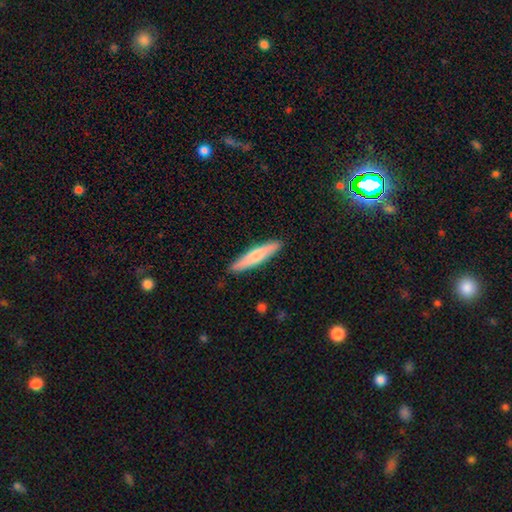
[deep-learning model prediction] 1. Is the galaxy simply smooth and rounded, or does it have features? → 66% smooth, 29% featured or disk, 5% star or artifact.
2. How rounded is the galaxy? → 87% cigar-shaped, 11% in between, 1% round.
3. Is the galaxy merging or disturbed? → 90% none, 8% minor disturbance, 1% major disturbance, 1% merger.